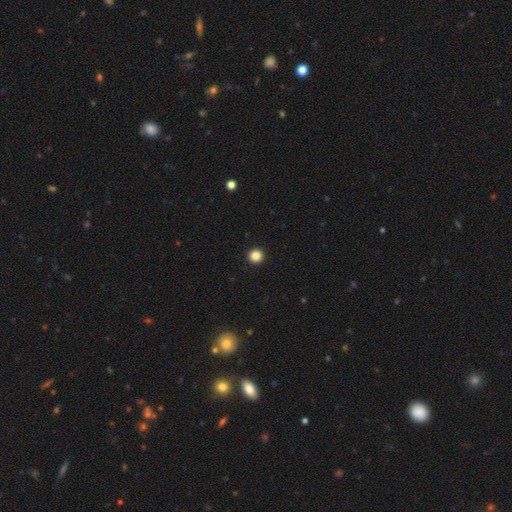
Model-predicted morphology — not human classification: Smooth or featured: smooth — 86% (star or artifact — 11%)
How rounded: round — 95% (in between — 4%)
Merging: none — 94% (minor disturbance — 3%)